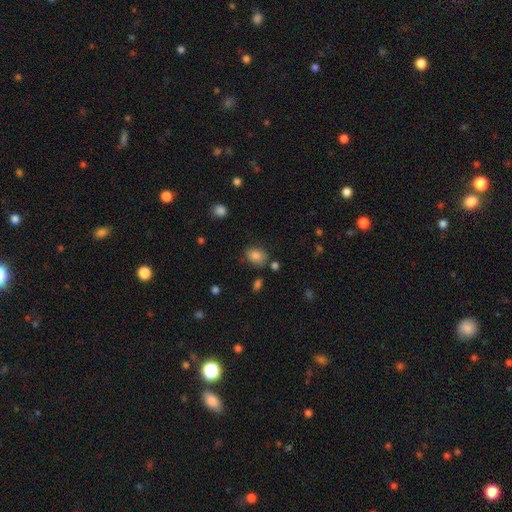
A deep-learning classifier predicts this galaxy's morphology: This appears to be a smooth galaxy with no disk features (82%) that is in between round and cigar-shaped (68%). Merging: none (76%).